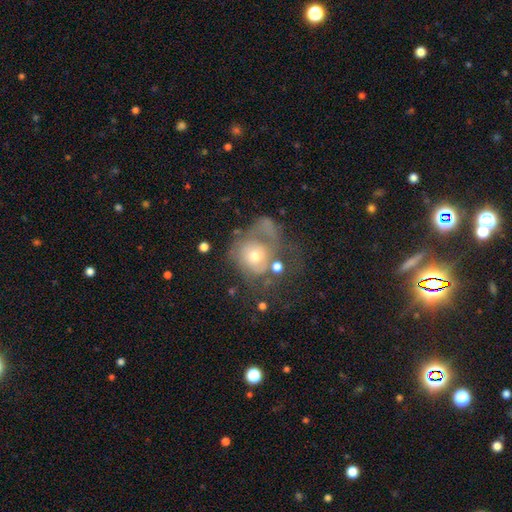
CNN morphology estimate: Smooth or featured? featured or disk (45%)
Merging? major disturbance (44%)